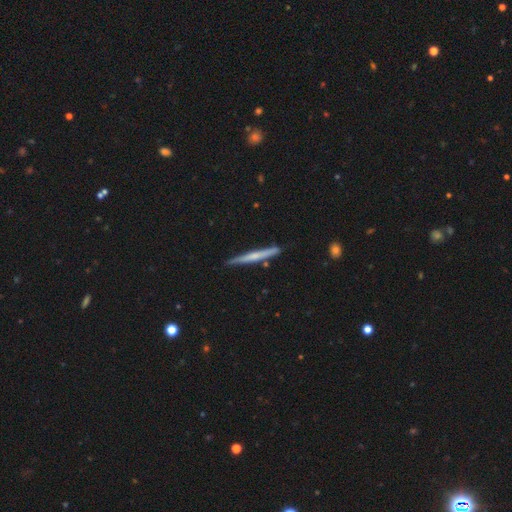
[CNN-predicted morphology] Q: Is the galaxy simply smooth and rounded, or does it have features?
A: featured or disk — 52%.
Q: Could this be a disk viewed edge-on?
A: yes — 97%.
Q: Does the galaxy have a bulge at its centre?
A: none — 55%.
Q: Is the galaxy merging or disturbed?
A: none — 87%.